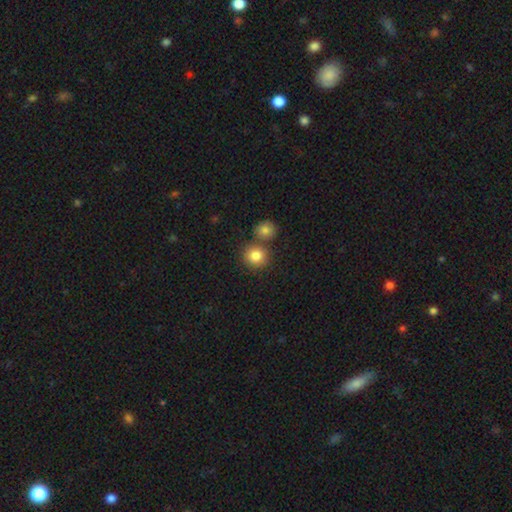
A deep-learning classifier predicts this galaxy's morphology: Smooth or featured? Predicted: smooth (p=0.84). How rounded? Predicted: round (p=0.86). Merging? Predicted: none (p=0.65).